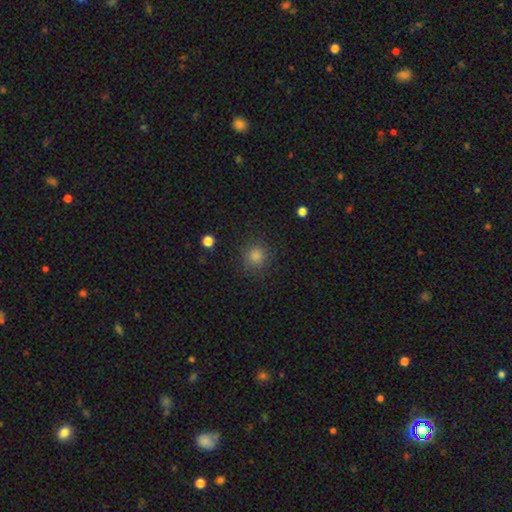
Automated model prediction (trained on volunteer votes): This is likely a smooth galaxy (80%). How rounded: clearly round (92%). Merging: clearly none (88%).